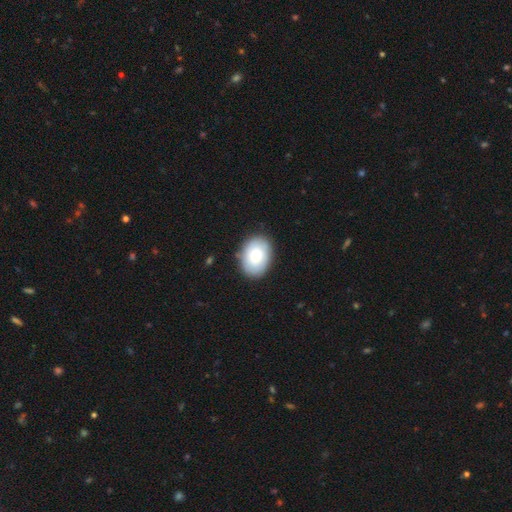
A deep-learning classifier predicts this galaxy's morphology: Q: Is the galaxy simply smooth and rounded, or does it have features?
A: smooth — 77%.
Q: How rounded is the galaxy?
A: in between — 75%.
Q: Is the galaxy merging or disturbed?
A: none — 85%.